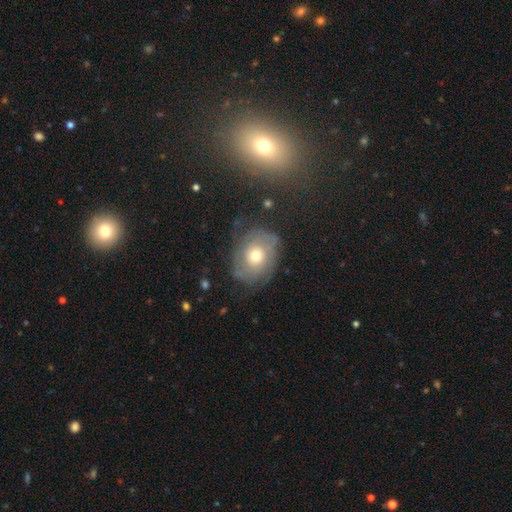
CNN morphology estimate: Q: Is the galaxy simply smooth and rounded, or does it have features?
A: featured or disk — 54%.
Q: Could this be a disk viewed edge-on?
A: no — 95%.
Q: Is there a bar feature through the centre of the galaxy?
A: no — 85%.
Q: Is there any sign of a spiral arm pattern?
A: yes — 73%.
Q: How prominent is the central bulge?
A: moderate — 70%.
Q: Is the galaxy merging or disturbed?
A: none — 70%.